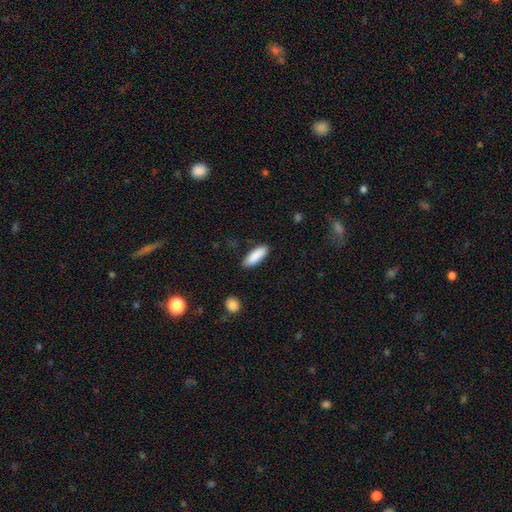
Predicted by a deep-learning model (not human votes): A smooth galaxy with no disk features (89%) that is in between round and cigar-shaped (64%).

Vote fractions:
- Smooth or featured? smooth: 89% / star or artifact: 6% / featured or disk: 5%
- How rounded? in between: 64% / cigar-shaped: 35% / round: 2%
- Merging? none: 86% / minor disturbance: 10% / major disturbance: 2% / merger: 1%